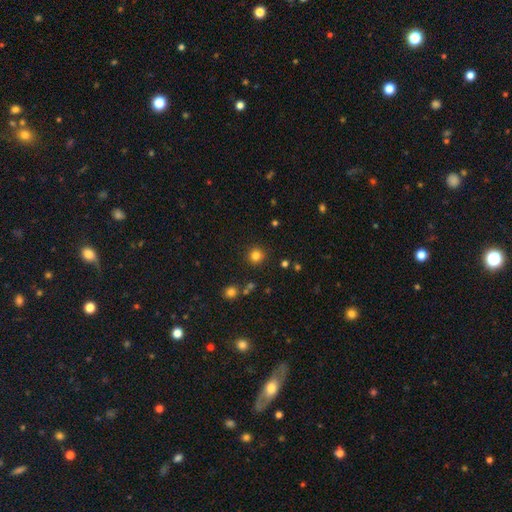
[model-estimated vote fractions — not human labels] A smooth galaxy with no disk features (81%) that is round (94%). Merging: none (90%).